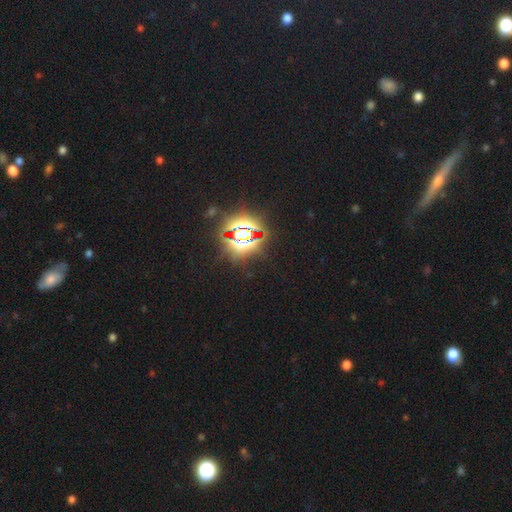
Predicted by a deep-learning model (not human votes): Smooth or featured: star or artifact — 80% (smooth — 11%)